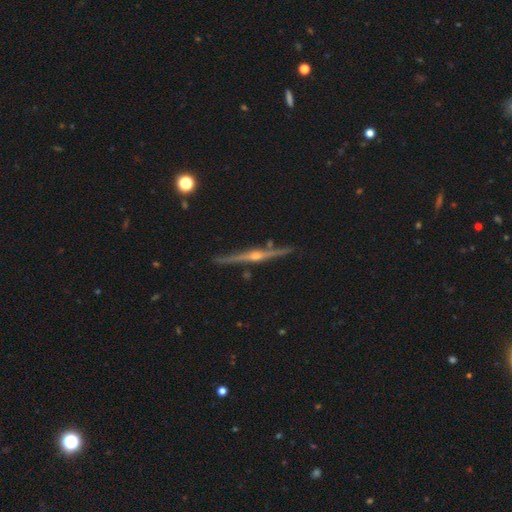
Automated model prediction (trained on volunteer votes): The model was most divided on "smooth or featured": featured or disk: 88%, smooth: 7%, star or artifact: 5%. More confident: edge-on disk — yes (98%); edge-on bulge — rounded (90%); merging — none (89%).